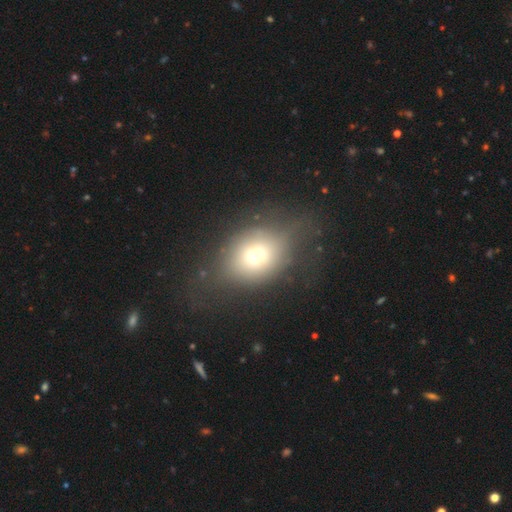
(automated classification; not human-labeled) smooth-or-featured: smooth: 67% | featured or disk: 18% | star or artifact: 15%
  how-rounded: in between: 50% | round: 48% | cigar-shaped: 2%
  merging: none: 53% | major disturbance: 22% | minor disturbance: 22% | merger: 3%